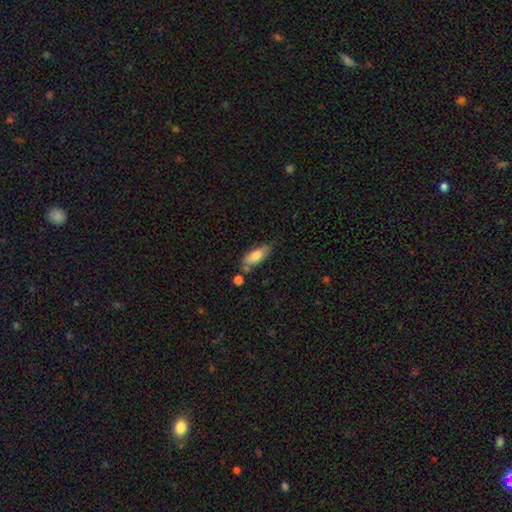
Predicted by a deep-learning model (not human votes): smooth-or-featured: smooth: 76% | featured or disk: 18% | star or artifact: 6%
  how-rounded: in between: 73% | cigar-shaped: 25% | round: 2%
  merging: none: 61% | minor disturbance: 22% | merger: 12% | major disturbance: 5%